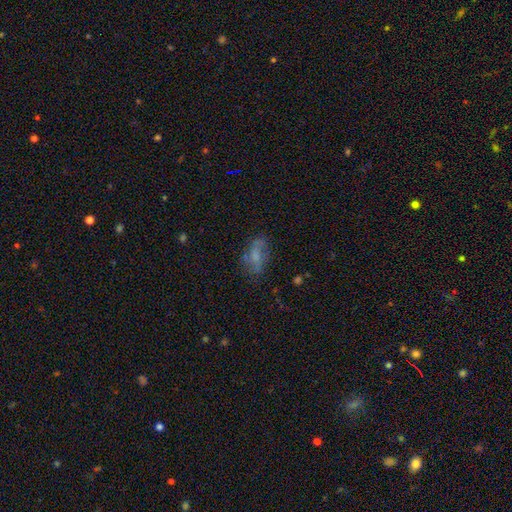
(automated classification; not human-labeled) This appears to be a smooth galaxy with no disk features (51%) that is in between round and cigar-shaped (84%). Merging: none (55%).